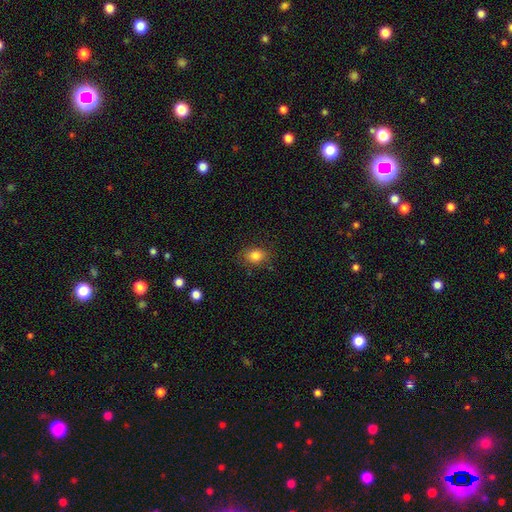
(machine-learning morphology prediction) Smooth or featured? smooth (83%)
How rounded? in between (60%)
Merging? none (81%)